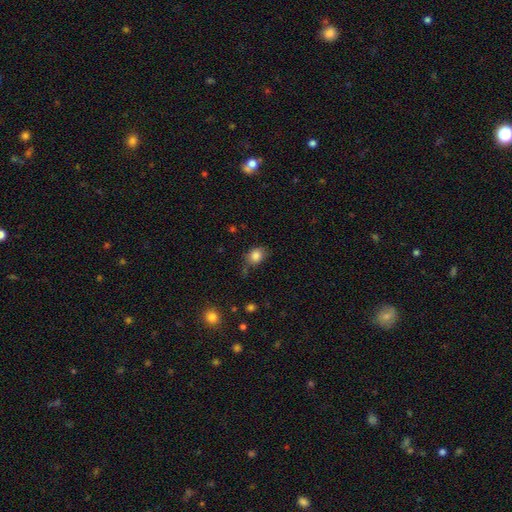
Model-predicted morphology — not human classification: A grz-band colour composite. It shows a smooth galaxy with no disk features (84%) that is in between round and cigar-shaped (53%). Merging: none (67%).